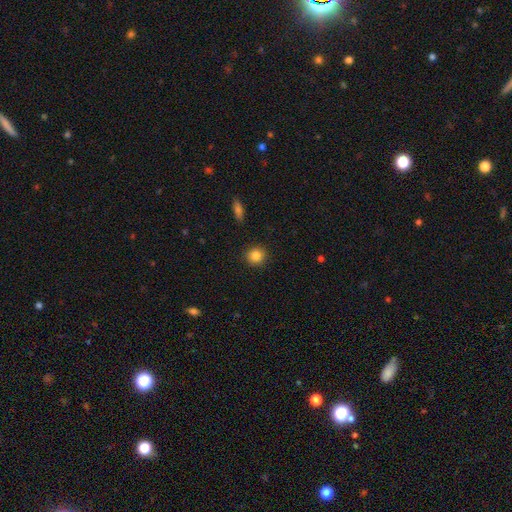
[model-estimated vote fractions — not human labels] A smooth galaxy with no disk features (85%) that is round (91%). Merging: none (91%).